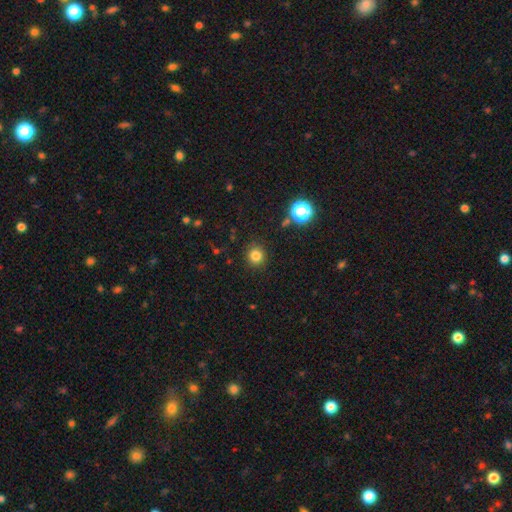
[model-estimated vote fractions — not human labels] Smooth or featured? Predicted: smooth (p=0.82). How rounded? Predicted: round (p=0.90). Merging? Predicted: none (p=0.90).